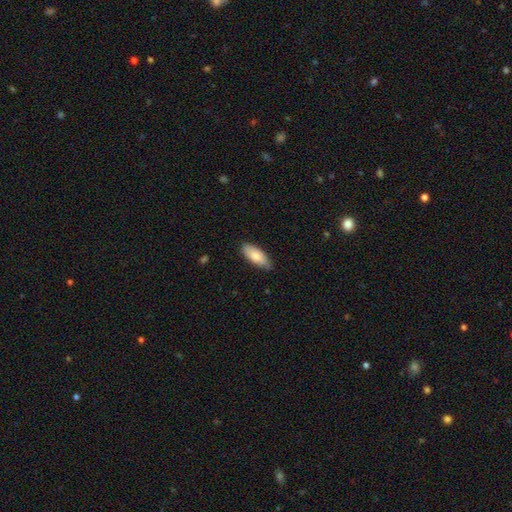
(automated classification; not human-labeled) smooth-or-featured: smooth: 82% | featured or disk: 13% | star or artifact: 6%
  how-rounded: in between: 82% | cigar-shaped: 16% | round: 2%
  merging: none: 83% | minor disturbance: 14% | major disturbance: 2% | merger: 1%